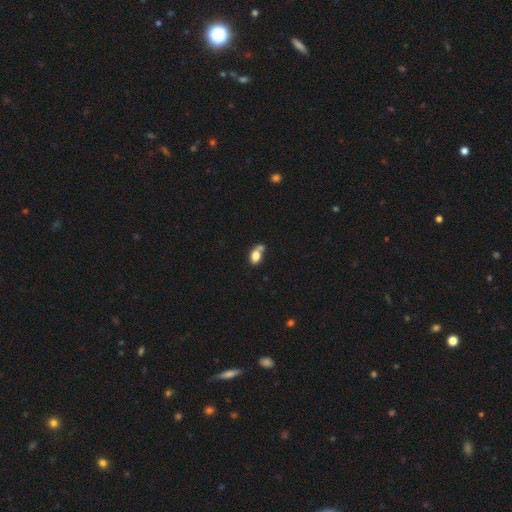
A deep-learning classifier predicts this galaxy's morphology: The model was most divided on "merging": none: 38%, merger: 34%, minor disturbance: 19%, major disturbance: 9%. More confident: how rounded — in between (83%); smooth or featured — smooth (79%).